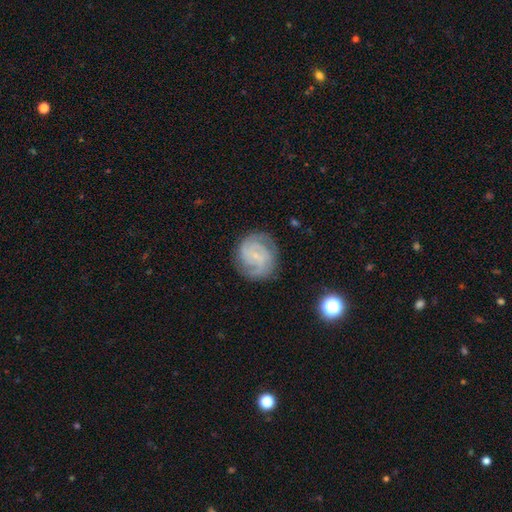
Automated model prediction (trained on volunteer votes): This is clearly a featured or disk galaxy (81%). It is clearly not viewed edge-on (98%). Bar: possibly no (56%). Spiral arm pattern: clearly yes (96%). Spiral arm count: marginally 2 (35%). Spiral winding: likely tight (61%). Central bulge: likely small (78%). Merging: likely none (80%).